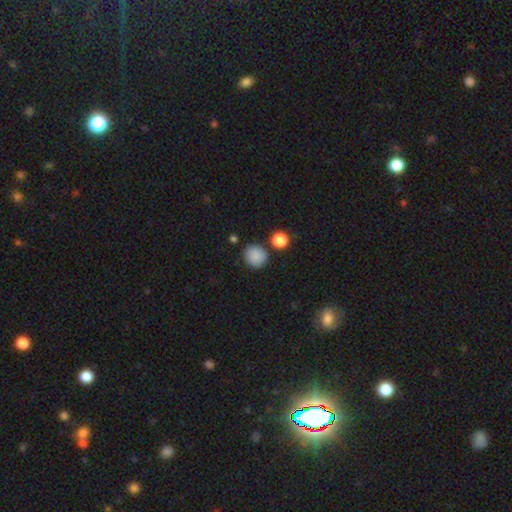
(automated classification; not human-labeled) Smooth or featured? Predicted: smooth (p=0.87). How rounded? Predicted: round (p=0.88). Merging? Predicted: none (p=0.81).